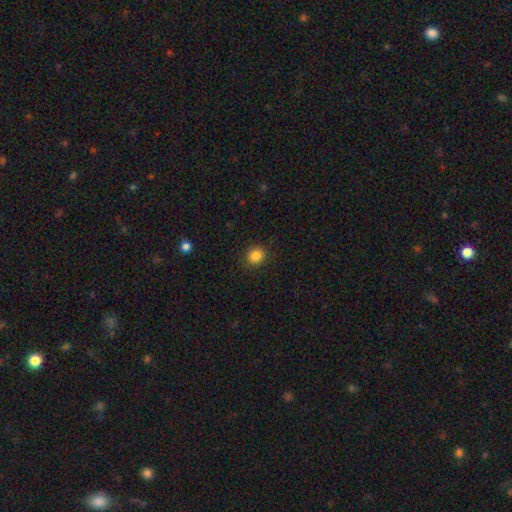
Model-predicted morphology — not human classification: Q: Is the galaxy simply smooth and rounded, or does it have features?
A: smooth — 85%.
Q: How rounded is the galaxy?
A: round — 89%.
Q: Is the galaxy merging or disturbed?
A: none — 90%.